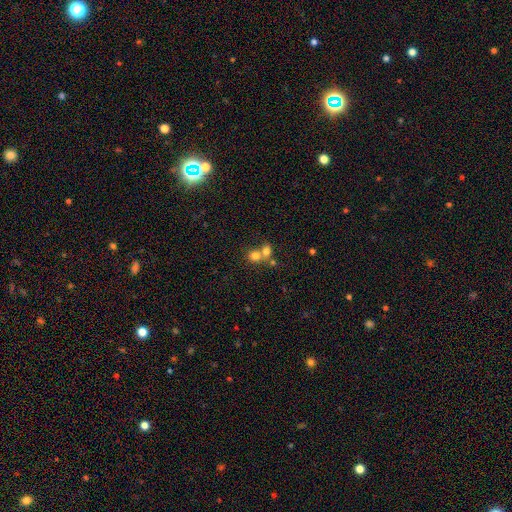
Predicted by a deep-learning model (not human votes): Overall: smooth (75%). How rounded: round (79%). Merging: merger (58%; none 34%).